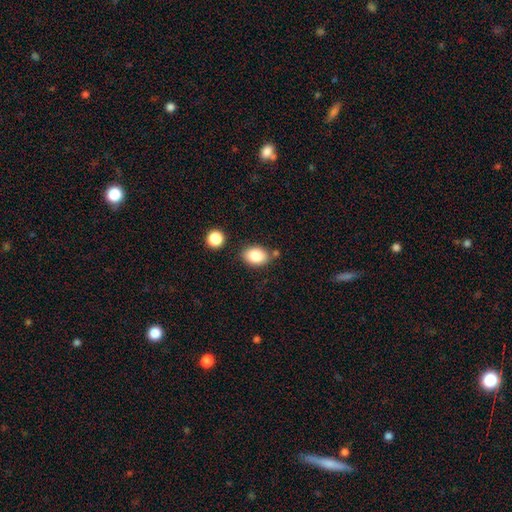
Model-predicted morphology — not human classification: smooth 84%, star or artifact 8%, featured or disk 8%. Down the decision tree: how rounded — in between (75%); merging — none (75%).